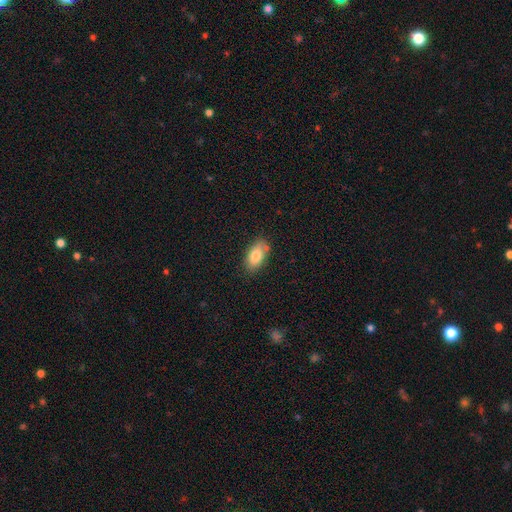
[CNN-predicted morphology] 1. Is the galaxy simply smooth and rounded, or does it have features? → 80% smooth, 12% featured or disk, 7% star or artifact.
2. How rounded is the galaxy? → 91% in between, 5% cigar-shaped, 4% round.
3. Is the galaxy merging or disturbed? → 75% none, 18% minor disturbance, 3% major disturbance, 3% merger.